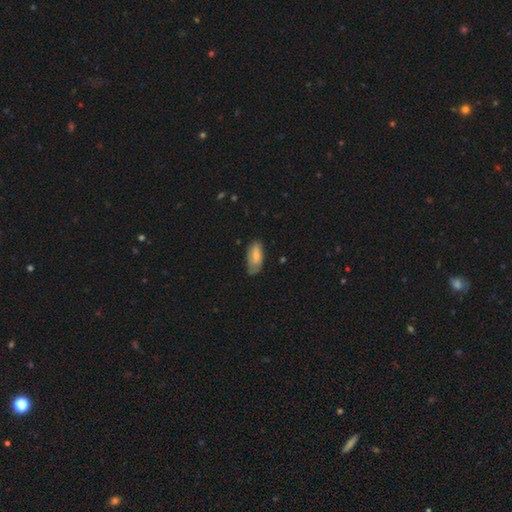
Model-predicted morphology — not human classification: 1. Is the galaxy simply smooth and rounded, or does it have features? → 70% smooth, 24% featured or disk, 6% star or artifact.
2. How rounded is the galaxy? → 88% in between, 10% cigar-shaped, 2% round.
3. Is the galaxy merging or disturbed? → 61% none, 31% minor disturbance, 7% major disturbance, 2% merger.